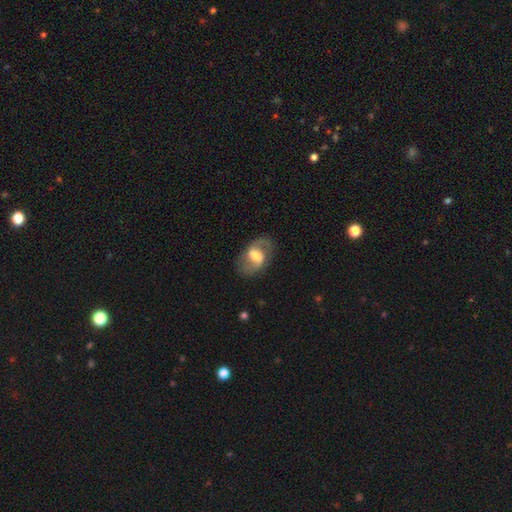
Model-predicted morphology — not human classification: Overall: featured or disk (68%). Edge-on disk: no (96%). Bar: weak (47%; strong 32%). Spiral arms: yes (80%). Spiral arm count: 2 (86%). Spiral winding: medium (49%; loose 34%). Bulge size: moderate (40%; large 34%). Merging: none (76%).